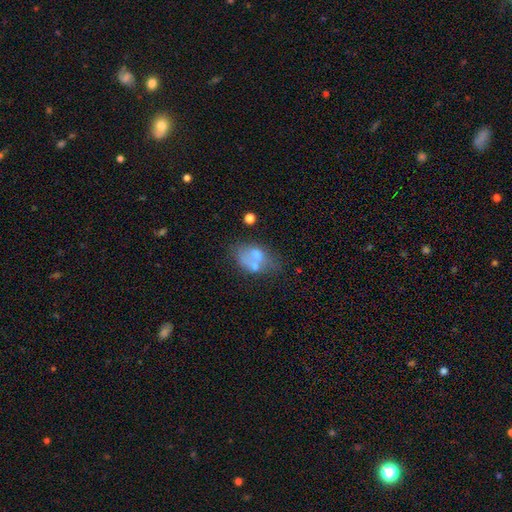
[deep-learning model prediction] A smooth galaxy with no disk features (52%) that is in between round and cigar-shaped (73%). Merging: merger (43%).